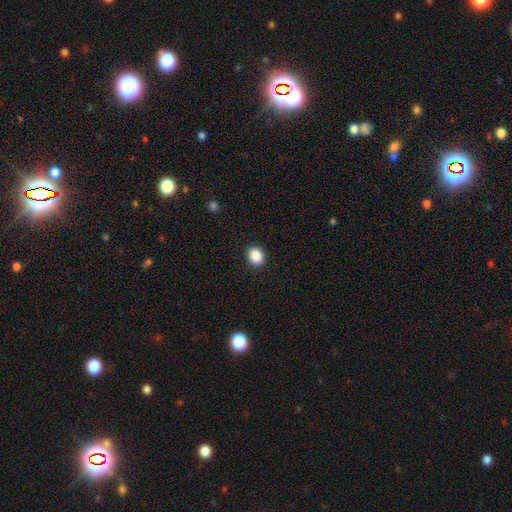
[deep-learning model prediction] smooth-or-featured: smooth: 88% | star or artifact: 9% | featured or disk: 3%
  how-rounded: in between: 51% | round: 48% | cigar-shaped: 1%
  merging: none: 91% | minor disturbance: 6% | major disturbance: 2% | merger: 1%